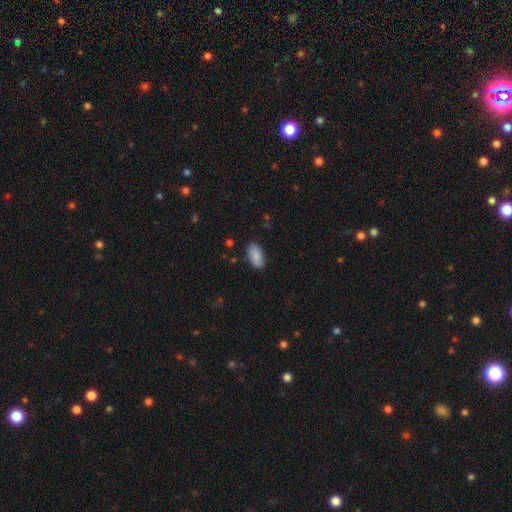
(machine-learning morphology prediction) A smooth galaxy with no disk features (87%) that is in between round and cigar-shaped (94%). Merging: none (85%).